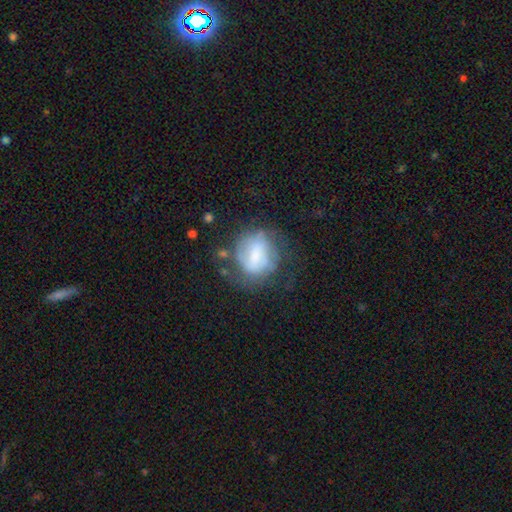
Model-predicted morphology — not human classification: smooth-or-featured: smooth: 46% | featured or disk: 45% | star or artifact: 9%
  merging: none: 49% | minor disturbance: 25% | major disturbance: 22% | merger: 4%